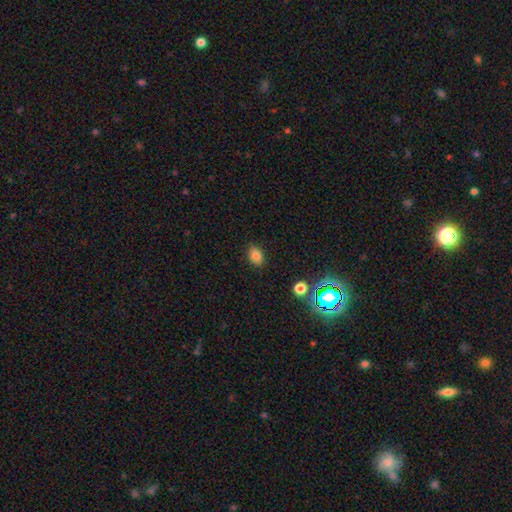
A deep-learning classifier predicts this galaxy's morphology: Smooth or featured? smooth (81%)
How rounded? in between (73%)
Merging? none (84%)